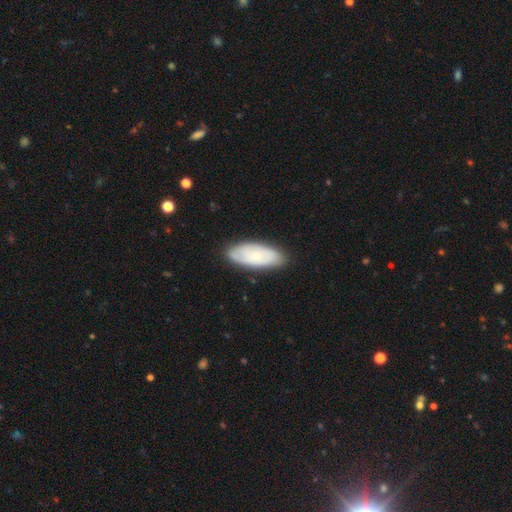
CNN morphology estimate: Smooth or featured?
  - smooth: 54% *
  - featured or disk: 39%
  - star or artifact: 7%
How rounded?
  - in between: 84% *
  - cigar-shaped: 14%
  - round: 2%
Merging?
  - none: 82% *
  - minor disturbance: 14%
  - major disturbance: 3%
  - merger: 1%